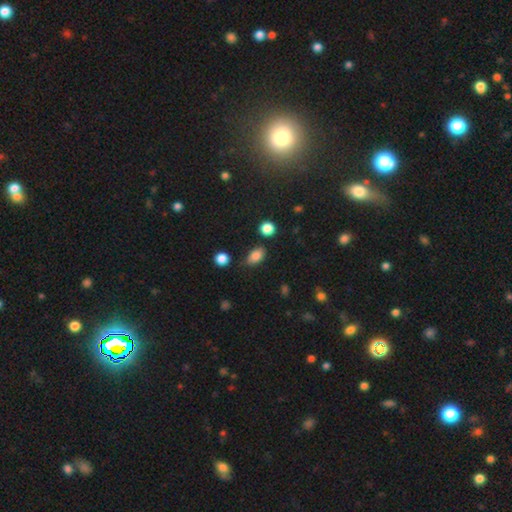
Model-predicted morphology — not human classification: smooth-or-featured: smooth: 85% | star or artifact: 10% | featured or disk: 5%
  how-rounded: in between: 86% | round: 12% | cigar-shaped: 2%
  merging: none: 72% | minor disturbance: 20% | major disturbance: 4% | merger: 4%